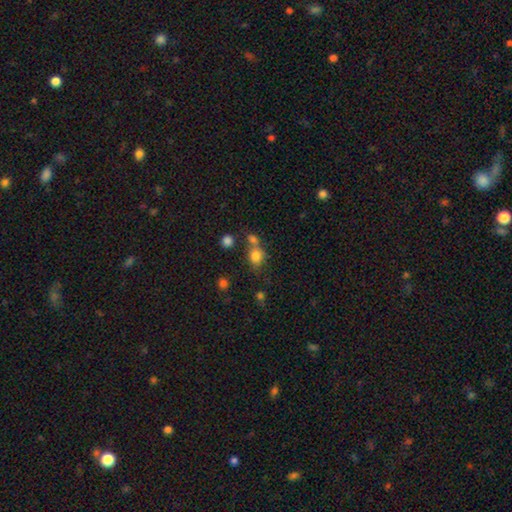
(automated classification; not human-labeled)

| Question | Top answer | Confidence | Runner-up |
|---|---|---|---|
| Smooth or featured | smooth | 79% | star or artifact (13%) |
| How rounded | round | 64% | in between (35%) |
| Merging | none | 51% | merger (31%) |